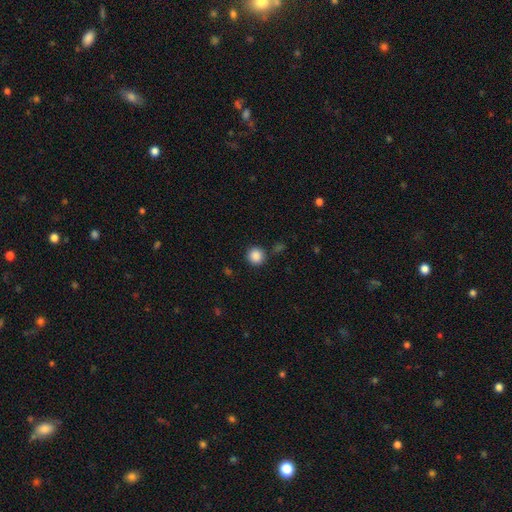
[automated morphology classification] Smooth or featured? smooth (87%)
How rounded? round (93%)
Merging? none (87%)